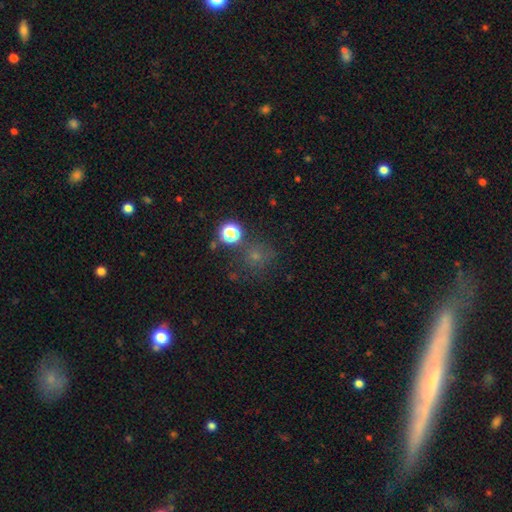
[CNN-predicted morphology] type=smooth (59%); roundness=round (89%); merging=none (73%).